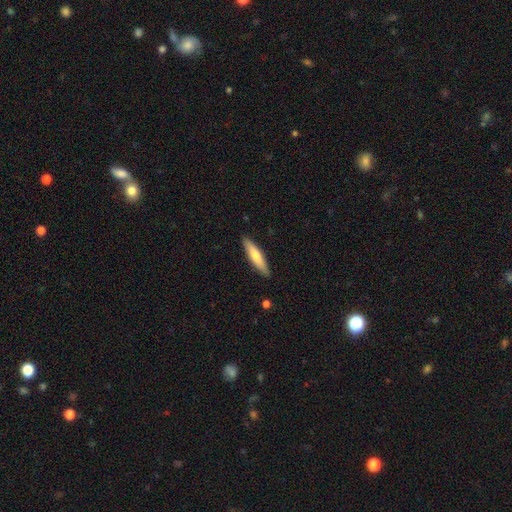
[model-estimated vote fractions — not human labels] Smooth or featured: smooth — 69% (featured or disk — 26%)
How rounded: cigar-shaped — 82% (in between — 17%)
Merging: none — 89% (minor disturbance — 8%)